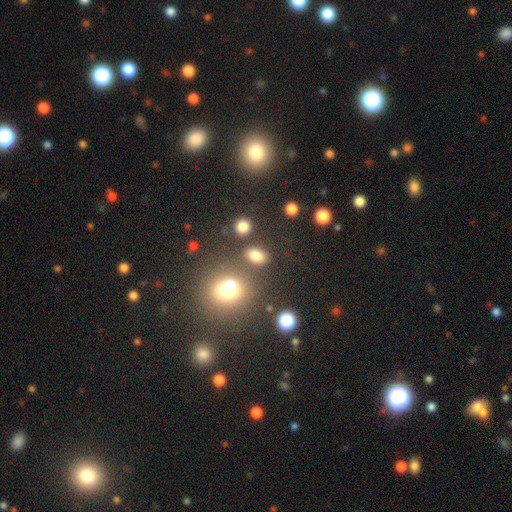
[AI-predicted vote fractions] smooth_or_featured: smooth (p=0.78) [alt: star or artifact p=0.15]
how_rounded: in between (p=0.69) [alt: round p=0.29]
merging: none (p=0.74) [alt: minor disturbance p=0.11]